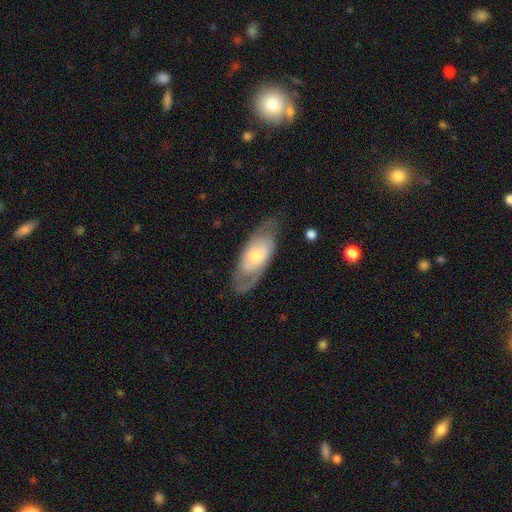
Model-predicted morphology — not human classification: The model was most divided on "bulge size": moderate: 54%, small: 37%, large: 6%, none: 2%, dominant: 1%. More confident: edge-on disk — no (86%); spiral arms — yes (73%); bar — no (70%); merging — none (70%); smooth or featured — featured or disk (66%).